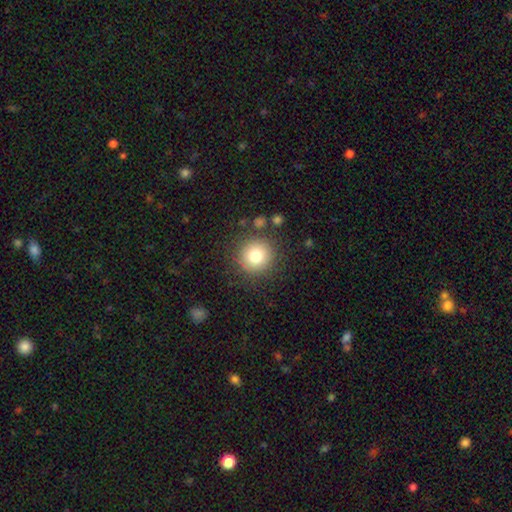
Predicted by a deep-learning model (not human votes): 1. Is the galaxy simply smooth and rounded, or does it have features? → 78% smooth, 11% star or artifact, 11% featured or disk.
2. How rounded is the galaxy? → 94% round, 5% in between, 1% cigar-shaped.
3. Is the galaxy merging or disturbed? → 85% none, 8% minor disturbance, 4% major disturbance, 3% merger.